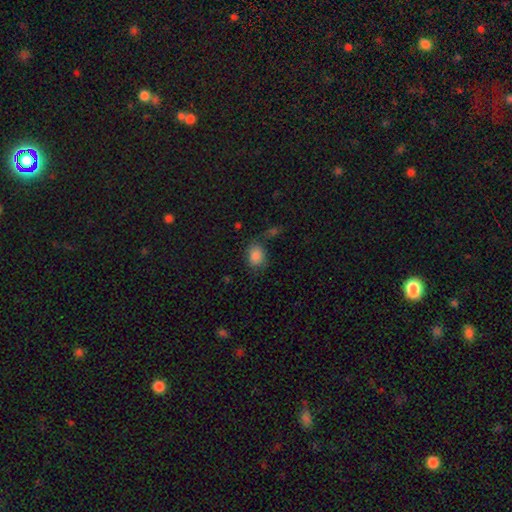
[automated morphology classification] smooth 85%, star or artifact 9%, featured or disk 5%. Down the decision tree: how rounded — in between (54%); merging — none (65%).